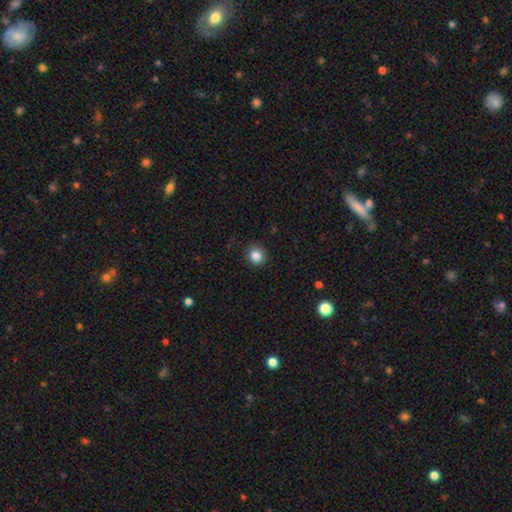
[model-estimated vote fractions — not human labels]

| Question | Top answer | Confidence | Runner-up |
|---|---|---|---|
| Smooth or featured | smooth | 85% | star or artifact (11%) |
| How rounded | round | 91% | in between (8%) |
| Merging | none | 89% | minor disturbance (7%) |